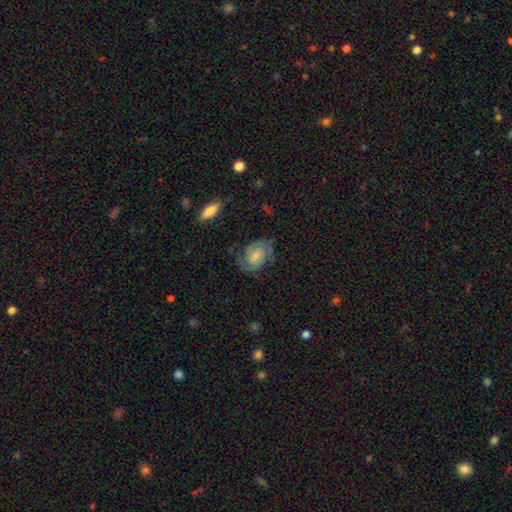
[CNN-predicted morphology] smooth_or_featured: featured or disk (p=0.63) [alt: smooth p=0.29]
disk_edge_on: no (p=0.97) [alt: yes p=0.03]
bar: no (p=0.49) [alt: weak p=0.41]
has_spiral_arms: yes (p=0.90) [alt: no p=0.10]
spiral_winding: medium (p=0.44) [alt: tight p=0.42]
spiral_arm_count: 2 (p=0.79) [alt: can't tell p=0.11]
bulge_size: small (p=0.36) [alt: none p=0.26]
merging: none (p=0.67) [alt: minor disturbance p=0.20]